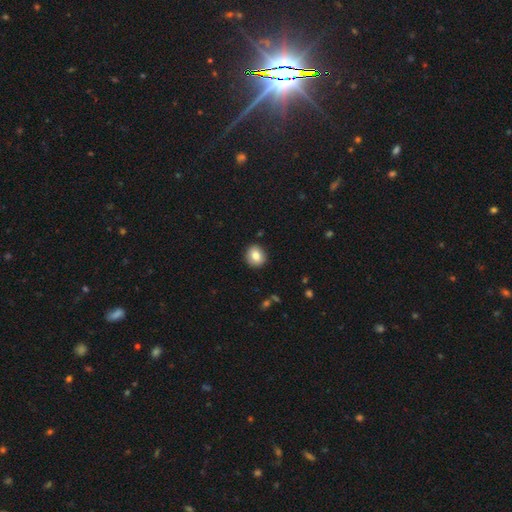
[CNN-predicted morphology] A smooth galaxy with no disk features (82%) that is round (76%).

Vote fractions:
- Smooth or featured? smooth: 82% / featured or disk: 9% / star or artifact: 9%
- How rounded? round: 76% / in between: 23% / cigar-shaped: 1%
- Merging? none: 89% / minor disturbance: 8% / major disturbance: 2% / merger: 1%